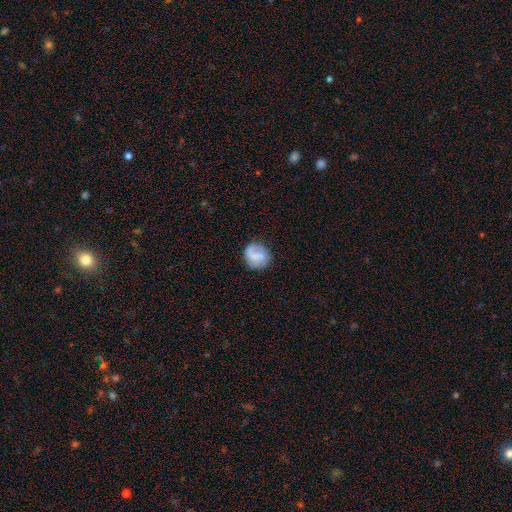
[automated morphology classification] Smooth or featured? smooth (61%)
How rounded? round (80%)
Merging? none (70%)